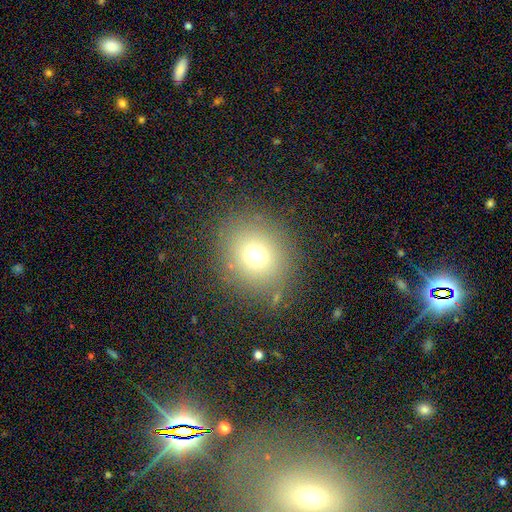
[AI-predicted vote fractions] This appears to be a smooth galaxy with no disk features (70%) that is round (80%). Merging: none (83%).